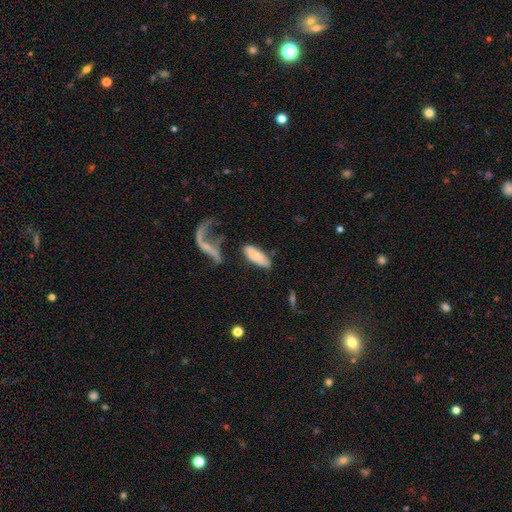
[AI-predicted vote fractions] Smooth or featured? Predicted: smooth (p=0.67). How rounded? Predicted: in between (p=0.77). Merging? Predicted: none (p=0.56).